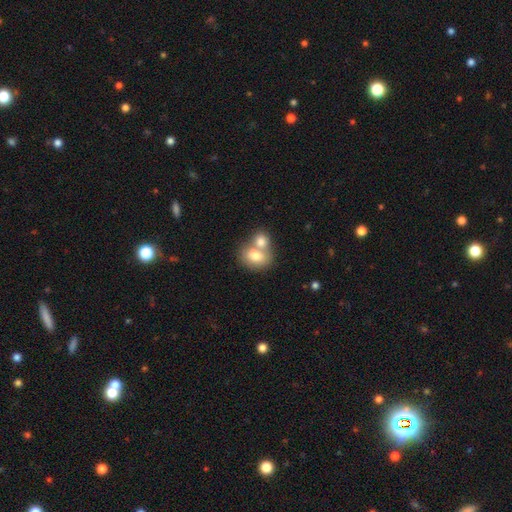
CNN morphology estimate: smooth_or_featured: smooth (p=0.74) [alt: featured or disk p=0.18]
how_rounded: in between (p=0.51) [alt: round p=0.48]
merging: merger (p=0.62) [alt: none p=0.29]